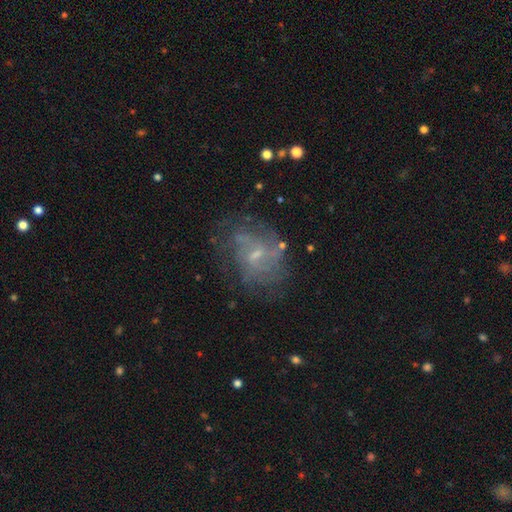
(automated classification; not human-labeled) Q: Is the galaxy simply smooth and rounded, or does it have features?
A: featured or disk — 67%.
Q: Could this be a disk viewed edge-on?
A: no — 97%.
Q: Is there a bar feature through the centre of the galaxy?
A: no — 46%, tied with weak.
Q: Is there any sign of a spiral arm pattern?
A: yes — 68%.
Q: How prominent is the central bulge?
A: small — 66%.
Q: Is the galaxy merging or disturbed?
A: none — 62%.